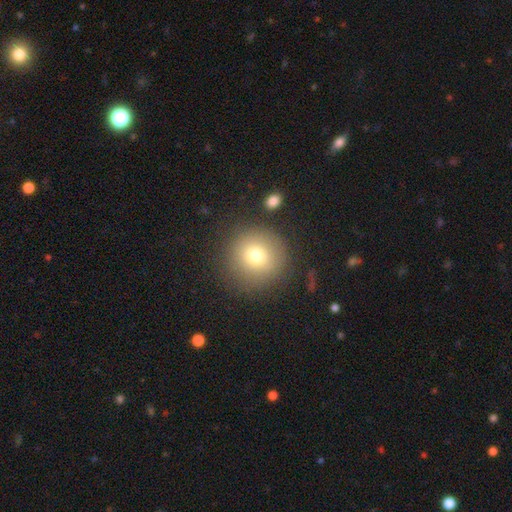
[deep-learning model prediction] Smooth or featured? smooth (75%)
How rounded? round (94%)
Merging? none (85%)